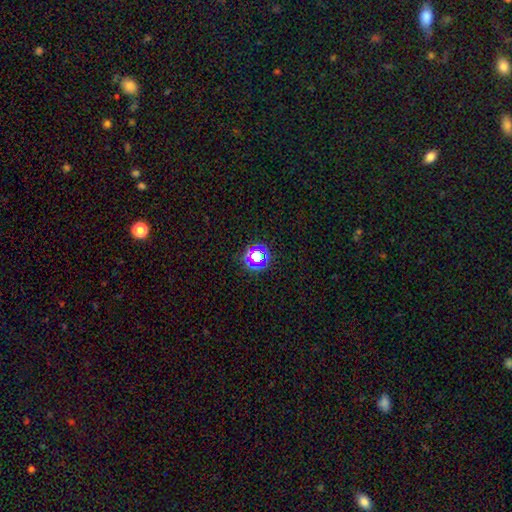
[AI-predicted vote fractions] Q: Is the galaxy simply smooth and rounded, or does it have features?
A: star or artifact — 60%.